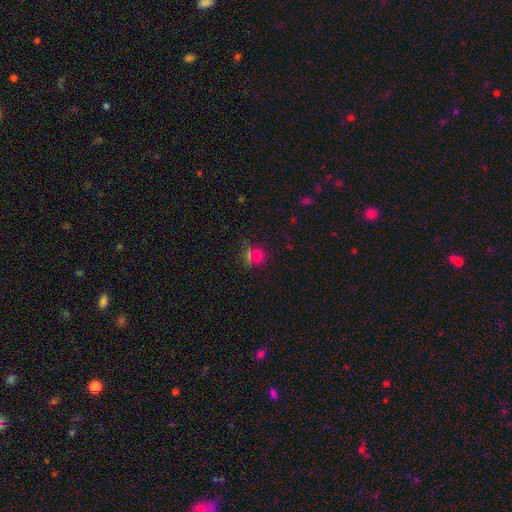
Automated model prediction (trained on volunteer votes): A smooth galaxy with no disk features (67%) that is round (89%).

Vote fractions:
- Smooth or featured? smooth: 67% / star or artifact: 26% / featured or disk: 7%
- How rounded? round: 89% / in between: 10% / cigar-shaped: 1%
- Merging? none: 80% / minor disturbance: 10% / merger: 6% / major disturbance: 4%